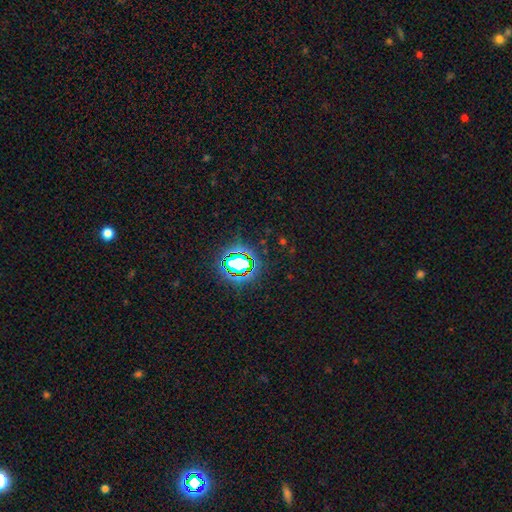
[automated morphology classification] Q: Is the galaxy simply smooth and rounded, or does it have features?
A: star or artifact — 75%.